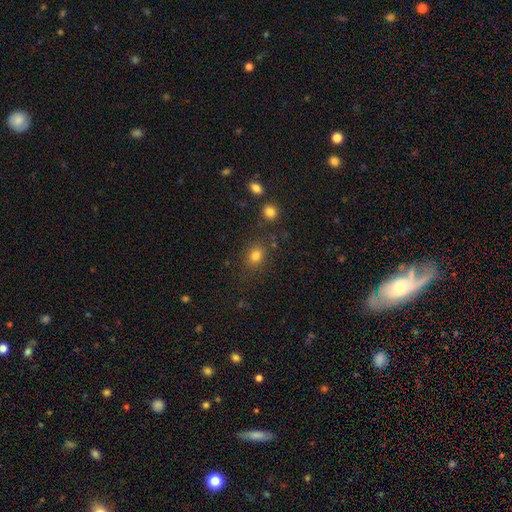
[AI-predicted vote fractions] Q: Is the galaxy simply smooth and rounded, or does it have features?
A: smooth — 80%.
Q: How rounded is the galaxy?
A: round — 61%.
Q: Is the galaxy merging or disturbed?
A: none — 80%.